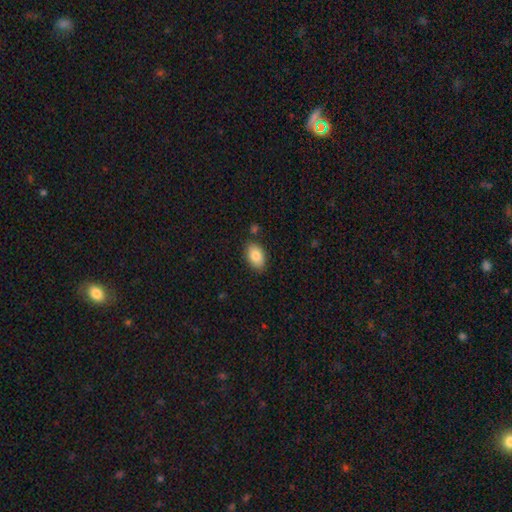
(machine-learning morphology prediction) Smooth or featured? Predicted: smooth (p=0.85). How rounded? Predicted: in between (p=0.90). Merging? Predicted: none (p=0.84).